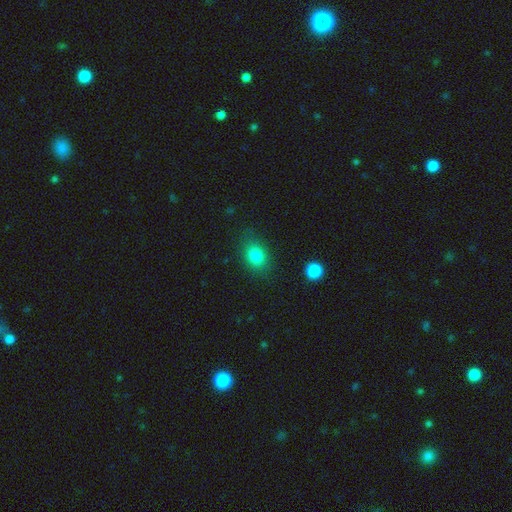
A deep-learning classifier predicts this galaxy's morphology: The model was most divided on "how rounded": in between: 64%, round: 34%, cigar-shaped: 2%. More confident: smooth or featured — smooth (83%); merging — none (79%).